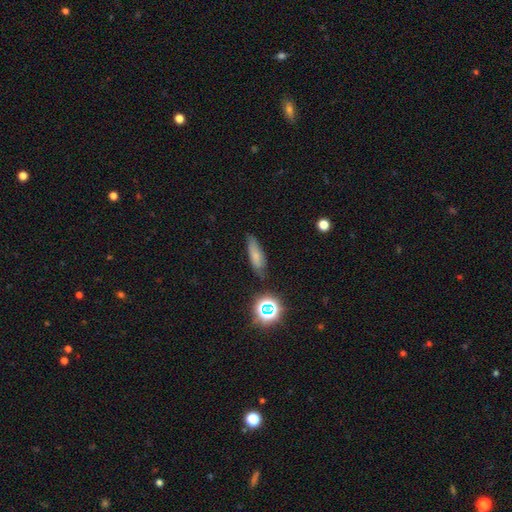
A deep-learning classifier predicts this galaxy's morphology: This appears to be a smooth galaxy with no disk features (70%) that is cigar-shaped (50%). Merging: none (74%).